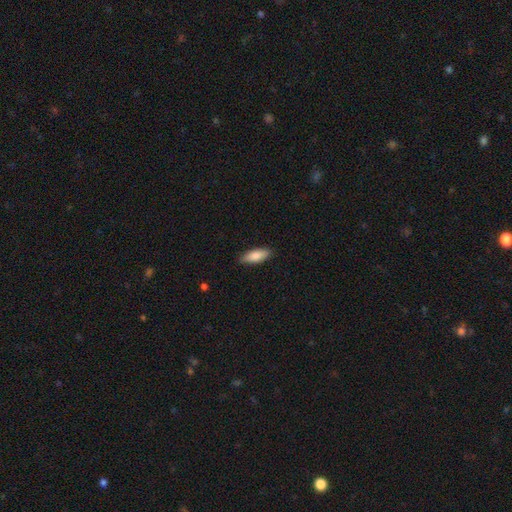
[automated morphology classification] This is clearly a smooth galaxy (85%). How rounded: likely in between (71%). Merging: clearly none (86%).